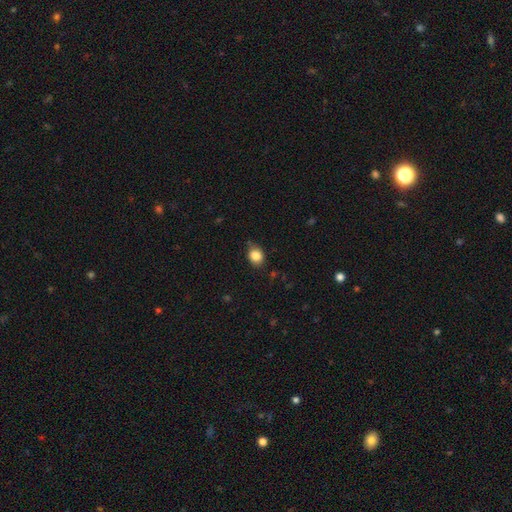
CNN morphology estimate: smooth_or_featured: smooth (p=0.85) [alt: star or artifact p=0.09]
how_rounded: in between (p=0.52) [alt: round p=0.47]
merging: none (p=0.75) [alt: minor disturbance p=0.20]